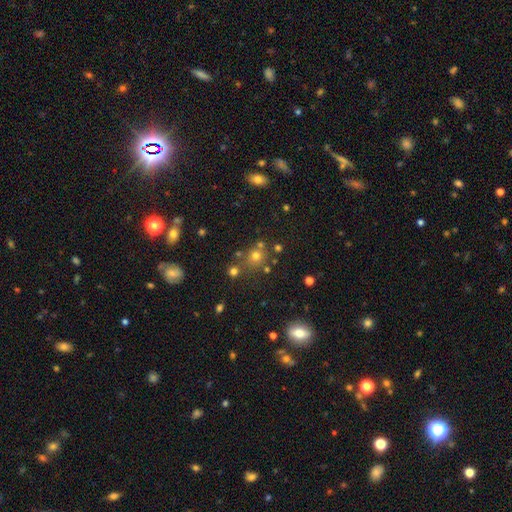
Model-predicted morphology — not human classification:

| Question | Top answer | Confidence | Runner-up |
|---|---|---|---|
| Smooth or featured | smooth | 53% | star or artifact (36%) |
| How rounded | round | 85% | in between (13%) |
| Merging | none | 72% | merger (15%) |